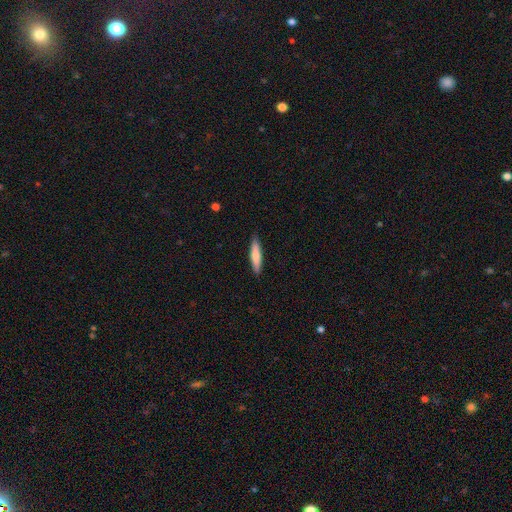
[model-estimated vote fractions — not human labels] smooth 74%, featured or disk 21%, star or artifact 5%. Down the decision tree: how rounded — cigar-shaped (84%); merging — none (88%).